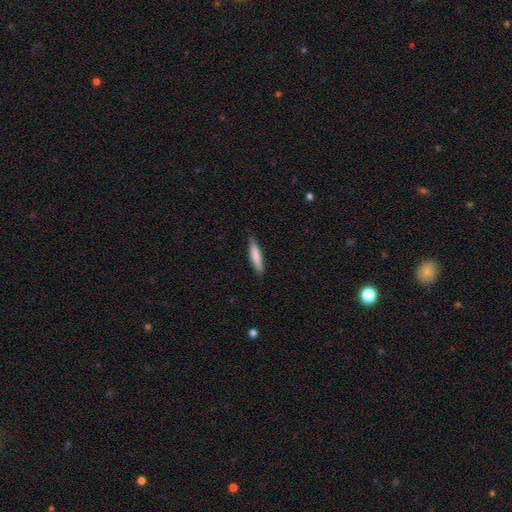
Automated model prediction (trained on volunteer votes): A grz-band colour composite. It shows a smooth galaxy with no disk features (80%) that is cigar-shaped (81%). Merging: none (85%).